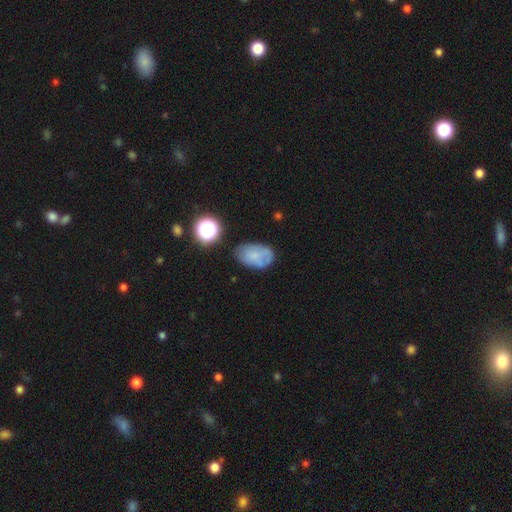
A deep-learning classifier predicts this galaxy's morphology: This is likely a smooth galaxy (68%). How rounded: clearly in between (85%). Merging: likely none (61%).